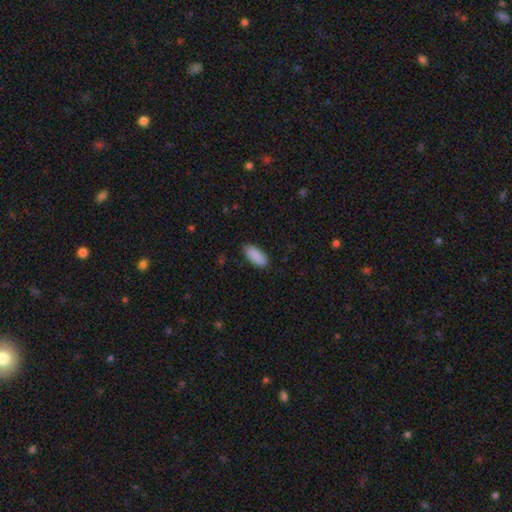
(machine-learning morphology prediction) The model was most divided on "merging": none: 85%, minor disturbance: 12%, major disturbance: 2%, merger: 1%. More confident: smooth or featured — smooth (90%); how rounded — in between (87%).